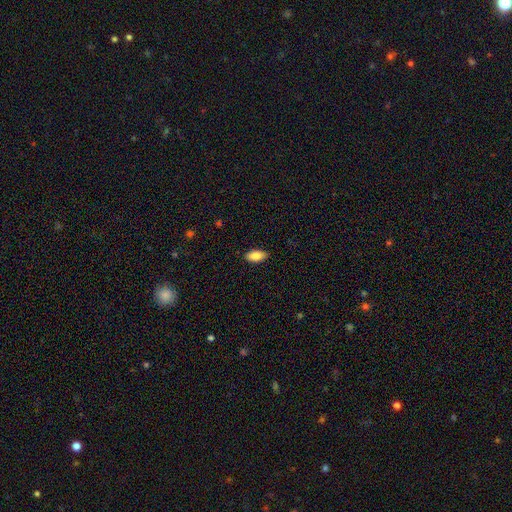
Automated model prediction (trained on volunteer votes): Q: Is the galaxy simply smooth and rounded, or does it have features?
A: smooth — 85%.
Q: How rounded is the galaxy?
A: in between — 90%.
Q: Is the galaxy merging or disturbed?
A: none — 88%.